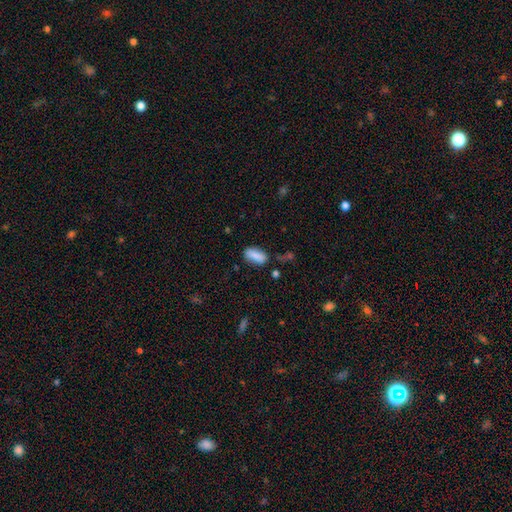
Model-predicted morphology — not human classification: type=smooth (84%); roundness=in between (85%); merging=none (67%).